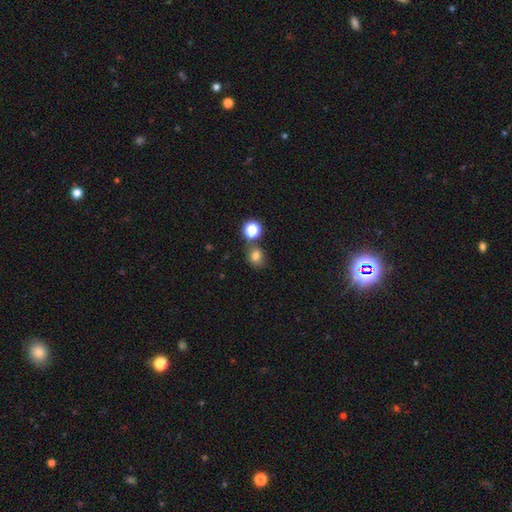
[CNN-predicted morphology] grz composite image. It shows a smooth galaxy with no disk features (75%) that is round (70%). Merging: none (66%).